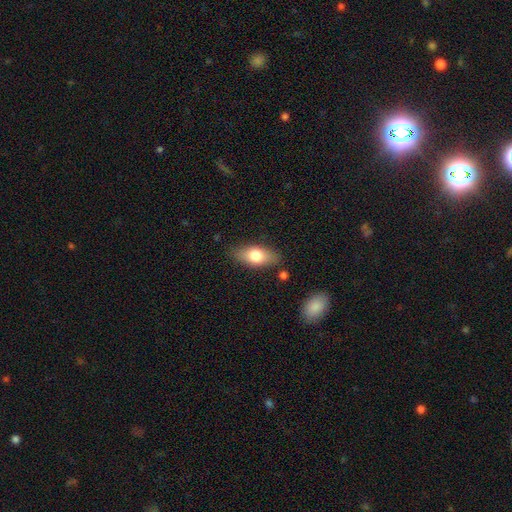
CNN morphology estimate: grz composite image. It shows a smooth galaxy with no disk features (74%) that is in between round and cigar-shaped (85%). Merging: none (80%).